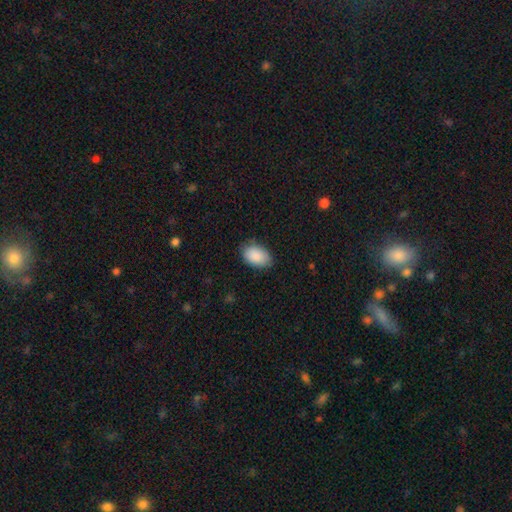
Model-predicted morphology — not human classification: Smooth or featured? smooth (90%)
How rounded? in between (91%)
Merging? none (78%)